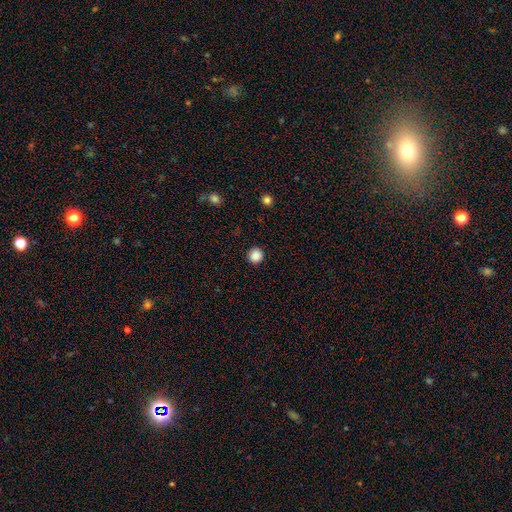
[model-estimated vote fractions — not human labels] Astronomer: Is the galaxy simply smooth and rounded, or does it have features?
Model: smooth — 88%.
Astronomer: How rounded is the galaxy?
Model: round — 95%.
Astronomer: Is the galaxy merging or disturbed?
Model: none — 93%.